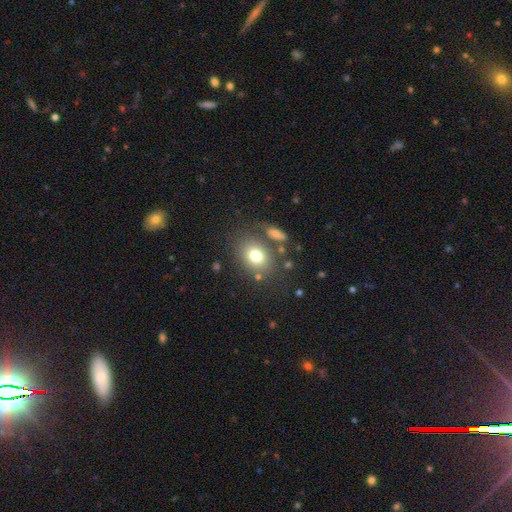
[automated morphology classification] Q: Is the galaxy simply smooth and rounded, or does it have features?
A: smooth — 75%.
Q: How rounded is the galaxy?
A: in between — 55%.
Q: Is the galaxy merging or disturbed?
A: none — 72%.